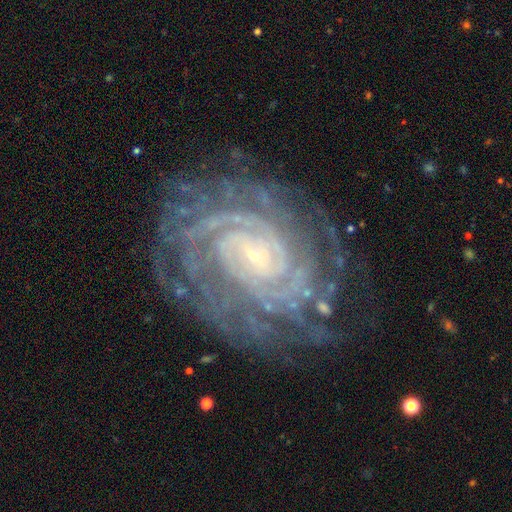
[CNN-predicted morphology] type=featured or disk (91%); edge-on=no (97%); bar=no (56%); spiral arms=yes (98%); winding=tight (85%); arm count=can't tell (21%, tied with more than 4); bulge=small (85%); merging=none (78%).